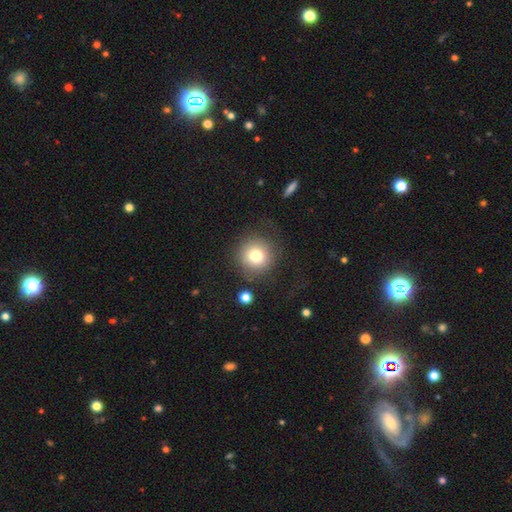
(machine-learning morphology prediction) Q: Smooth or featured?
A: smooth (77%); runner-up: star or artifact (11%)
Q: How rounded?
A: round (93%); runner-up: in between (6%)
Q: Merging?
A: none (79%); runner-up: minor disturbance (11%)